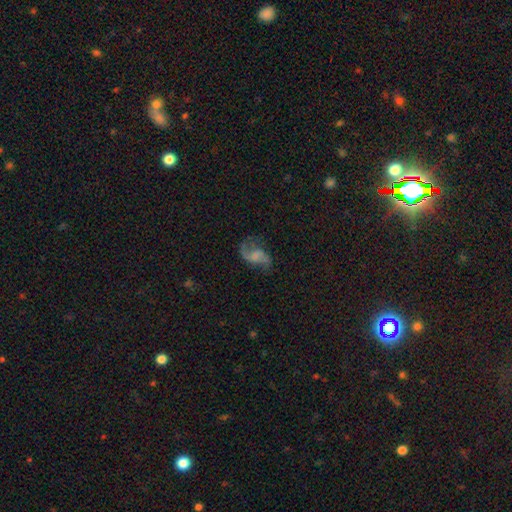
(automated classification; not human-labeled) Smooth or featured? featured or disk (71%)
Edge-on disk? no (97%)
Bar? no (48%)
Spiral arms? yes (90%)
Spiral winding? loose (71%)
Spiral arm count? 2 (85%)
Bulge size? none (55%)
Merging? none (59%)